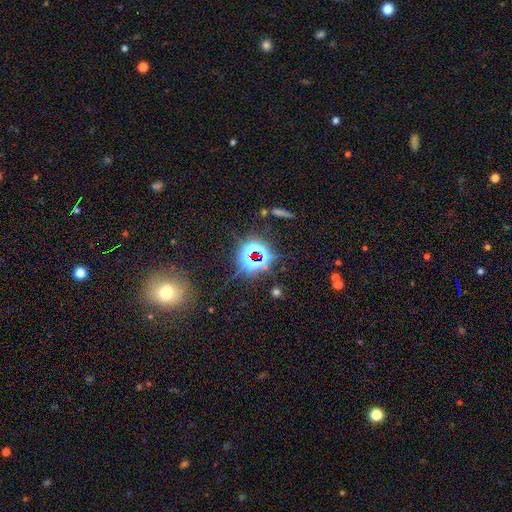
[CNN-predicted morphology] A star or artifact, not a galaxy (78%).